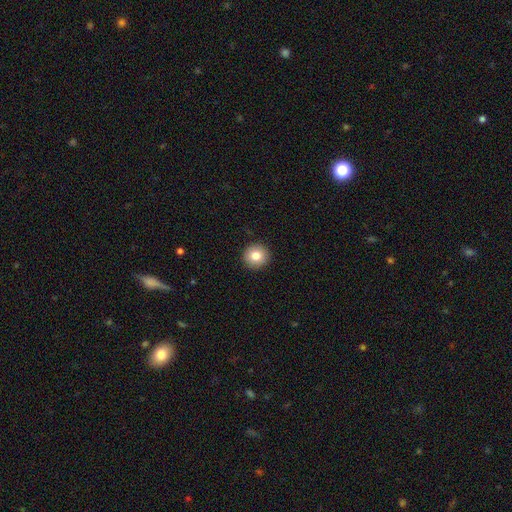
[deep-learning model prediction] A smooth galaxy with no disk features (81%) that is round (95%). Merging: none (93%).